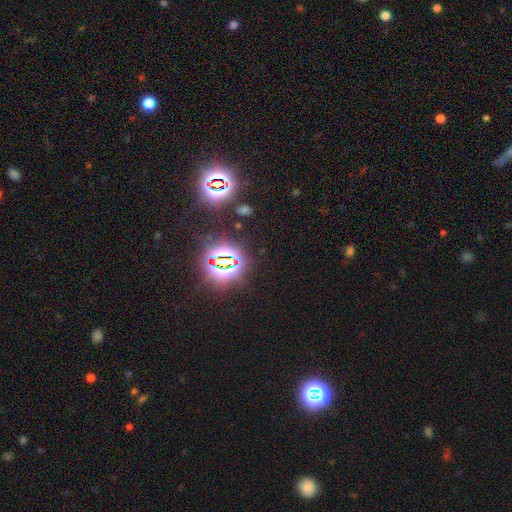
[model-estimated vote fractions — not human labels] star or artifact 82%, smooth 12%, featured or disk 6%.